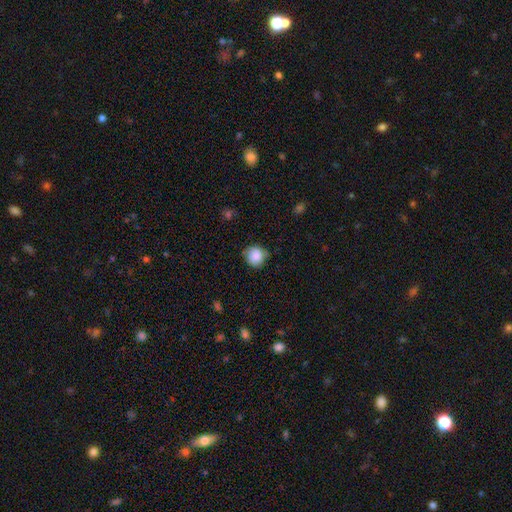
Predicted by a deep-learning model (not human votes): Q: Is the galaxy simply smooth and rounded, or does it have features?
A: smooth — 87%.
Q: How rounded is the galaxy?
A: round — 89%.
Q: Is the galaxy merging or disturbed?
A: none — 79%.